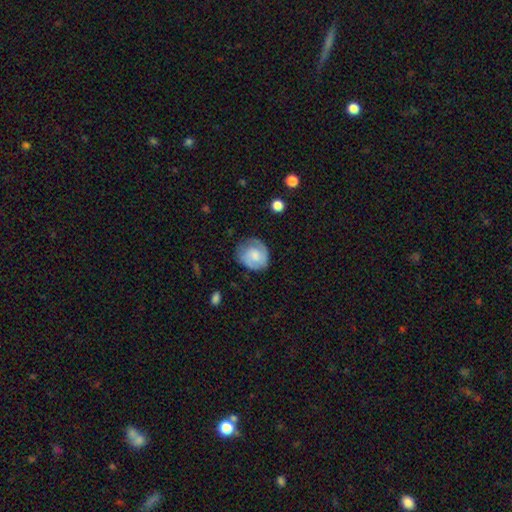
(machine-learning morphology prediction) type=featured or disk (56%); edge-on=no (98%); bar=no (64%); spiral arms=yes (87%); bulge=moderate (37%); merging=none (67%).